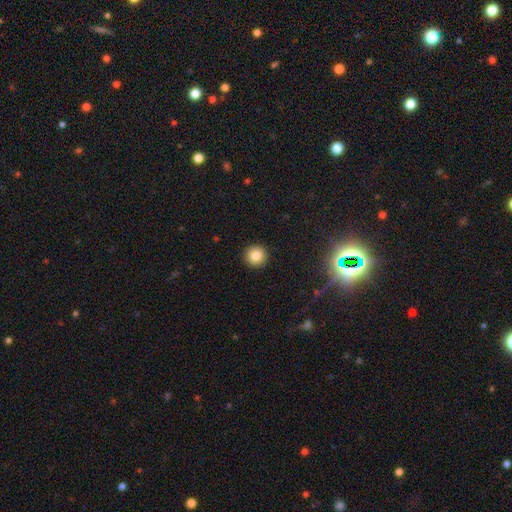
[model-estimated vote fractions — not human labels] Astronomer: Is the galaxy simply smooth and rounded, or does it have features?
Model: smooth — 83%.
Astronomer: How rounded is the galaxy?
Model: round — 95%.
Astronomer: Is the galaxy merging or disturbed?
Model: none — 92%.